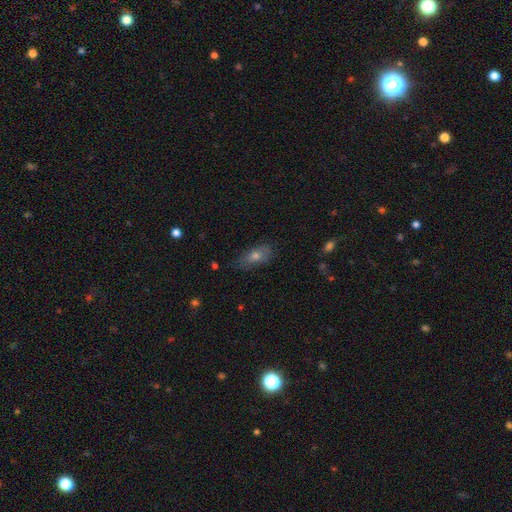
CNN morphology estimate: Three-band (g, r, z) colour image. It shows a smooth galaxy with no disk features (59%) that is in between round and cigar-shaped (78%). Merging: none (74%).